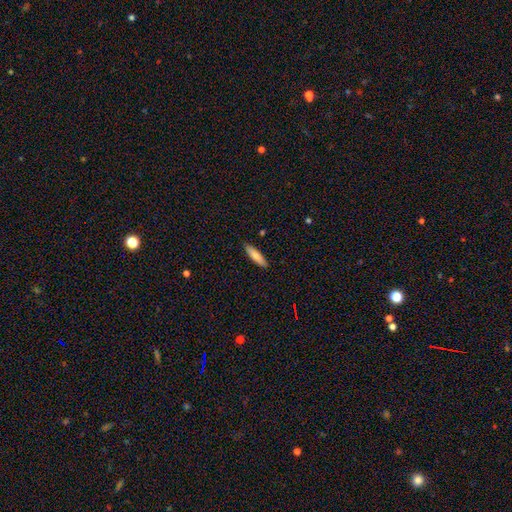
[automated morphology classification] smooth_or_featured: smooth (p=0.76) [alt: featured or disk p=0.19]
how_rounded: cigar-shaped (p=0.74) [alt: in between p=0.24]
merging: none (p=0.89) [alt: minor disturbance p=0.08]